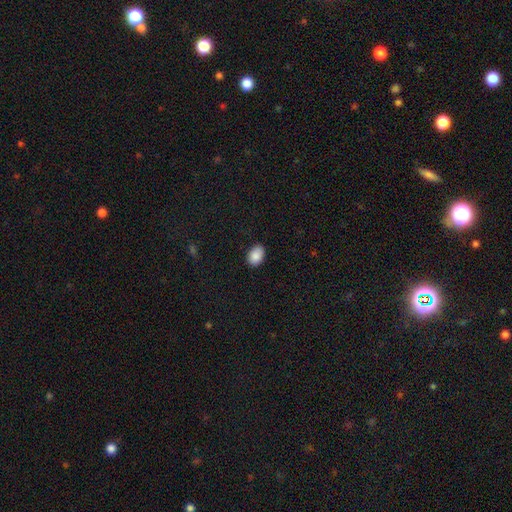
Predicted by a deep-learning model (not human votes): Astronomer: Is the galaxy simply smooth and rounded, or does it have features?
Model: smooth — 89%.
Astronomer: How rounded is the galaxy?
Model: in between — 82%.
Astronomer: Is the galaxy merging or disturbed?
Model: none — 86%.